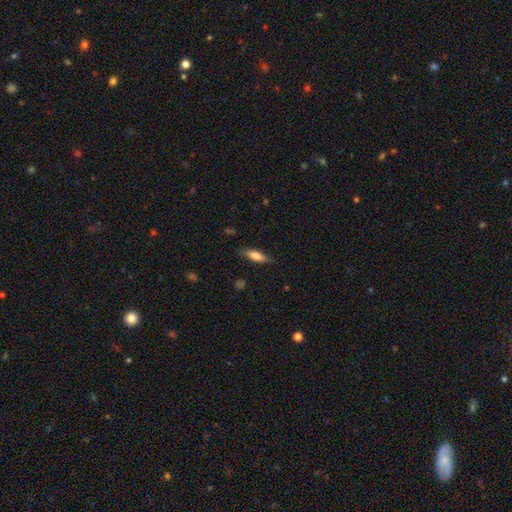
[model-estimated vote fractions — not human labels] Smooth or featured: smooth — 68% (featured or disk — 26%)
How rounded: in between — 51% (cigar-shaped — 47%)
Merging: none — 79% (minor disturbance — 16%)